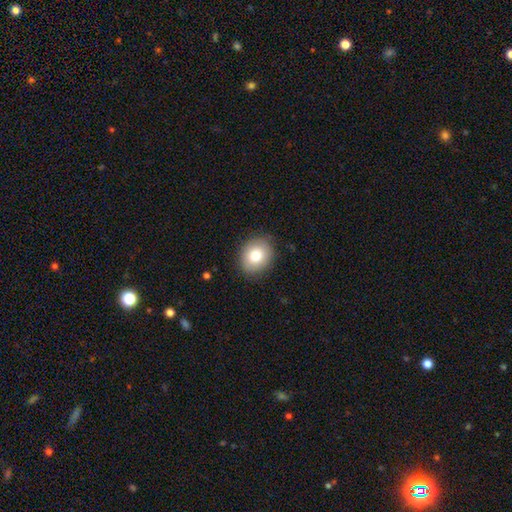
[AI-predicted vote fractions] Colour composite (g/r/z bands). It shows a smooth galaxy with no disk features (78%) that is round (64%). Merging: none (86%).